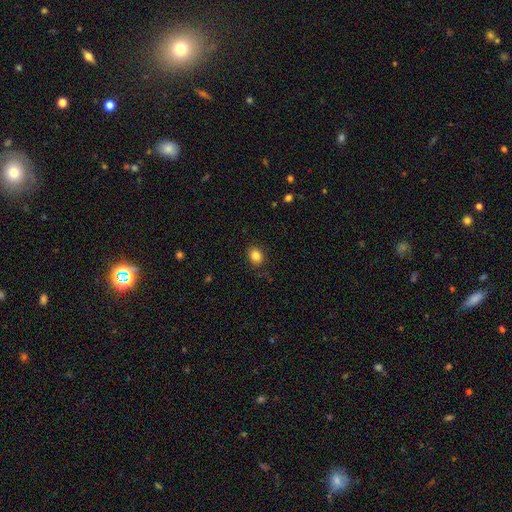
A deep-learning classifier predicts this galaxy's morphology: A smooth galaxy with no disk features (84%) that is round (63%). Merging: none (87%).